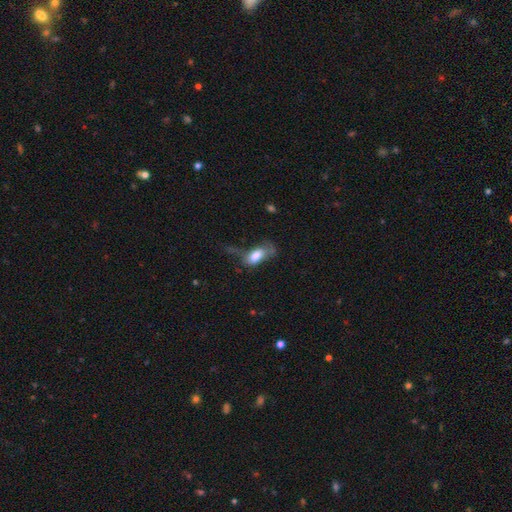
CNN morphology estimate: smooth_or_featured: smooth (p=0.70) [alt: featured or disk p=0.21]
how_rounded: in between (p=0.88) [alt: cigar-shaped p=0.09]
merging: major disturbance (p=0.43) [alt: none p=0.26]